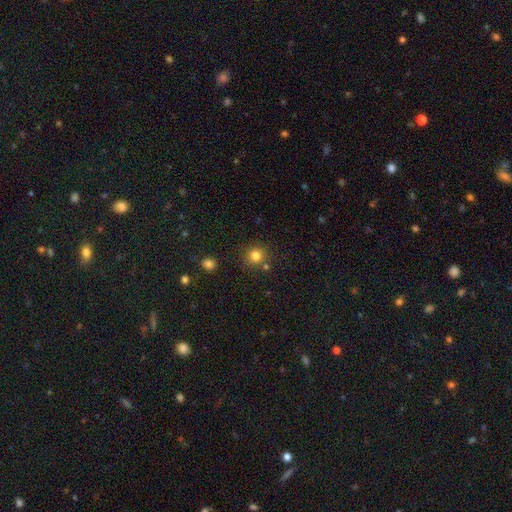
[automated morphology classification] type=smooth (82%); roundness=round (92%); merging=none (83%).